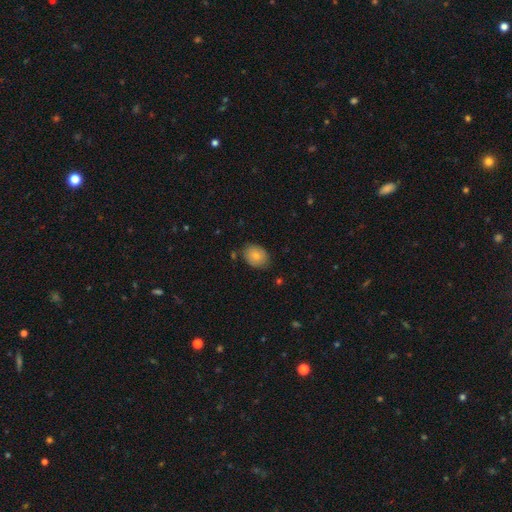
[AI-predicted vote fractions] This is likely a smooth galaxy (77%). How rounded: likely in between (64%). Merging: likely none (80%).